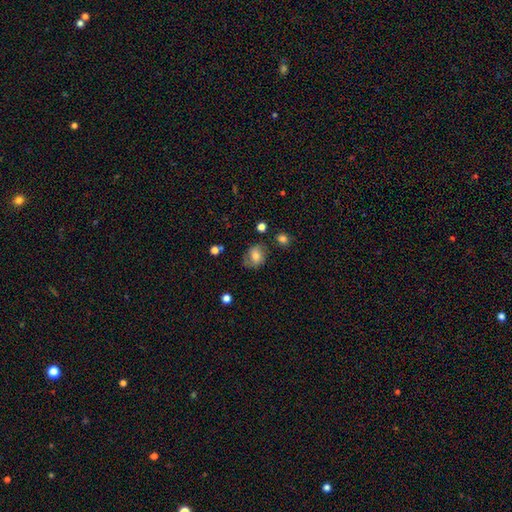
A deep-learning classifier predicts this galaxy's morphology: Q: Smooth or featured?
A: smooth (64%); runner-up: featured or disk (25%)
Q: How rounded?
A: in between (51%); runner-up: round (48%)
Q: Merging?
A: none (65%); runner-up: minor disturbance (24%)